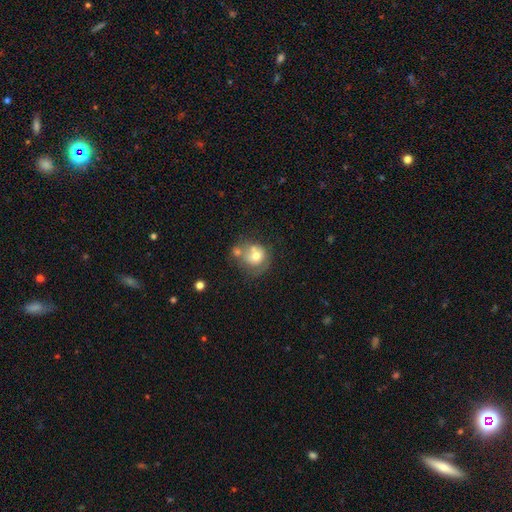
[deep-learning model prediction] Smooth or featured: smooth — 62% (featured or disk — 29%)
How rounded: round — 75% (in between — 24%)
Merging: merger — 44% (none — 29%)